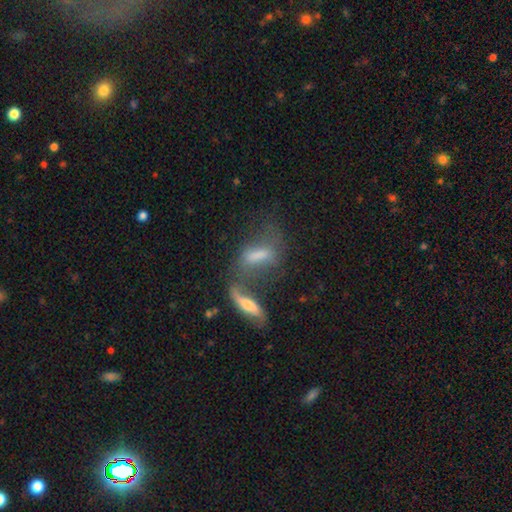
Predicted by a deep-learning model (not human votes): Smooth or featured?
  - smooth: 45% *
  - featured or disk: 43%
  - star or artifact: 12%
Merging?
  - merger: 55% *
  - none: 21%
  - major disturbance: 14%
  - minor disturbance: 11%